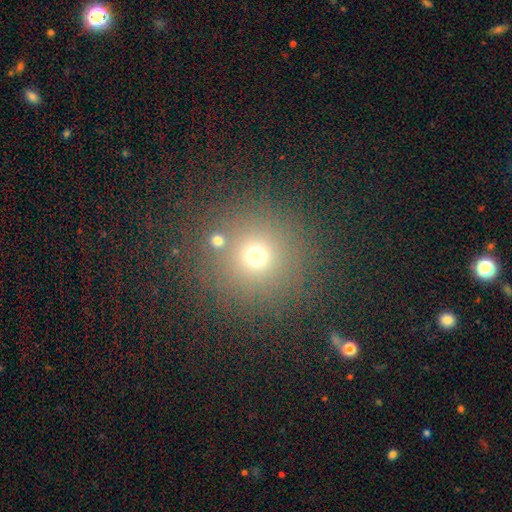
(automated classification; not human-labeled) This appears to be a smooth galaxy with no disk features (67%) that is round (94%). Merging: none (82%).